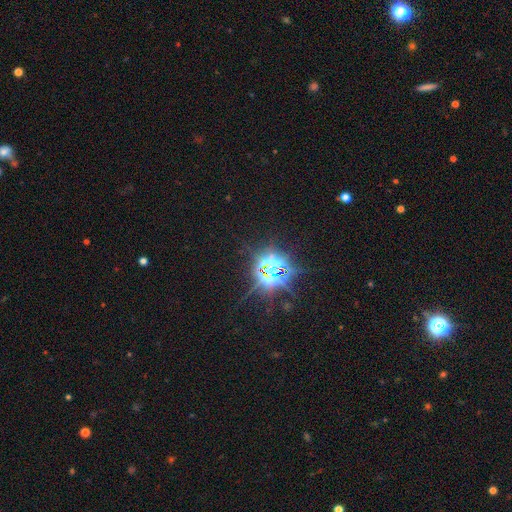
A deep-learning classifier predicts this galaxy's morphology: This appears to be a star or artifact, not a galaxy (76%).